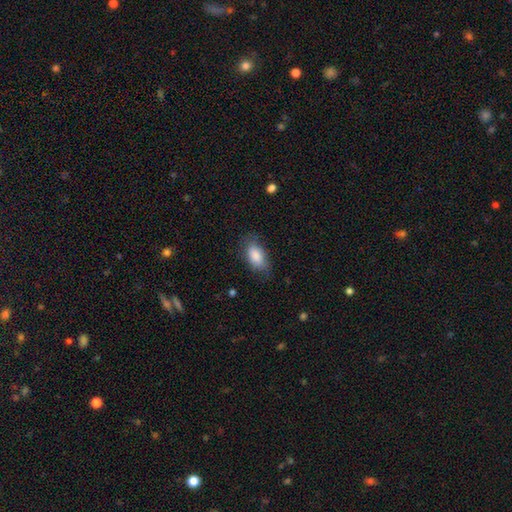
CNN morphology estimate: smooth 85%, featured or disk 9%, star or artifact 6%. Down the decision tree: how rounded — in between (92%); merging — none (72%).